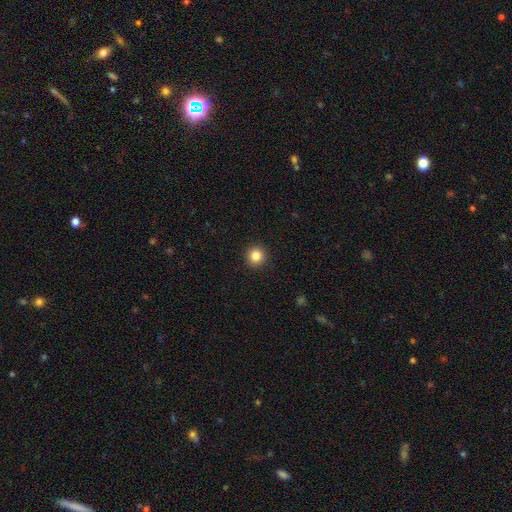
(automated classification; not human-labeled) A smooth galaxy with no disk features (85%) that is round (93%). Merging: none (92%).